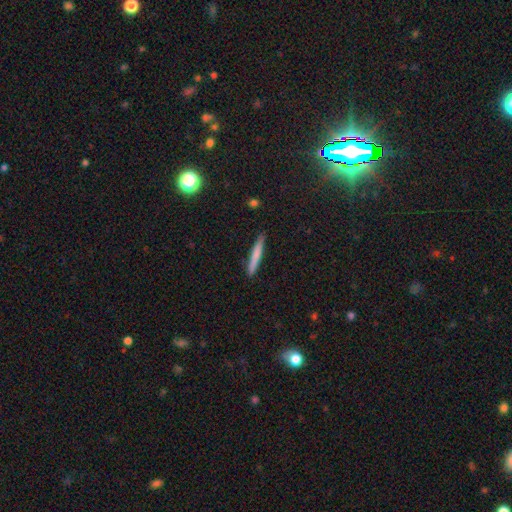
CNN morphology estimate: smooth 71%, featured or disk 23%, star or artifact 6%. Down the decision tree: how rounded — cigar-shaped (96%); merging — none (88%).